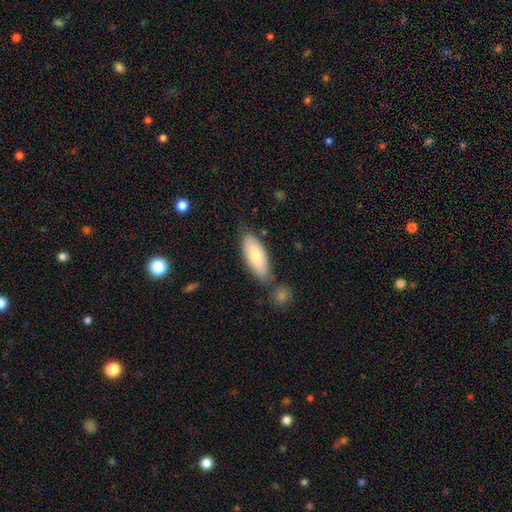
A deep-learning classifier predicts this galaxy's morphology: smooth_or_featured: smooth (p=0.76) [alt: featured or disk p=0.19]
how_rounded: in between (p=0.78) [alt: cigar-shaped p=0.20]
merging: none (p=0.69) [alt: minor disturbance p=0.17]